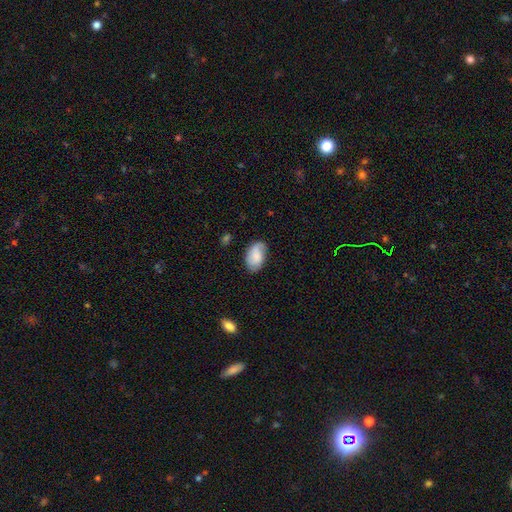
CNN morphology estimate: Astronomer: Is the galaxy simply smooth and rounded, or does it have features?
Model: smooth — 61%.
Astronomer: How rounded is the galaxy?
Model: in between — 91%.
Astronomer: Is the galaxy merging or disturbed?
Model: none — 70%.